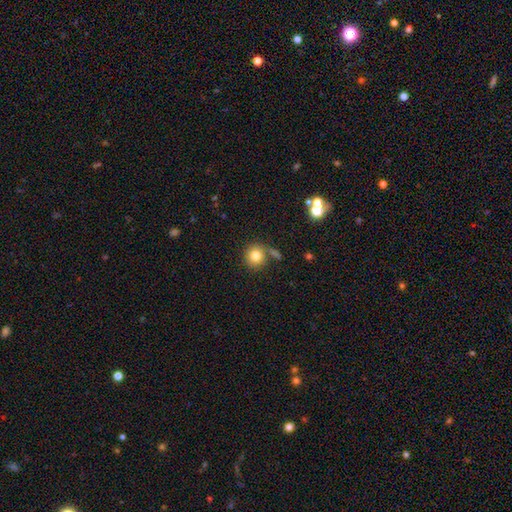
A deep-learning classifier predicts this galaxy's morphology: Q: Smooth or featured?
A: smooth (80%); runner-up: star or artifact (11%)
Q: How rounded?
A: round (89%); runner-up: in between (10%)
Q: Merging?
A: none (70%); runner-up: merger (13%)